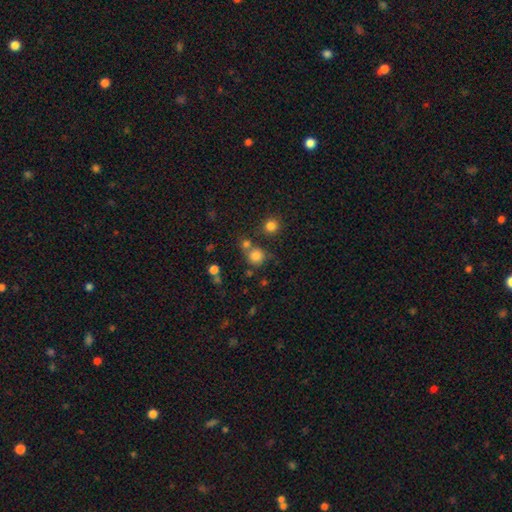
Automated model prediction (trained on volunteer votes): Overall: smooth (80%). How rounded: round (89%). Merging: none (64%).